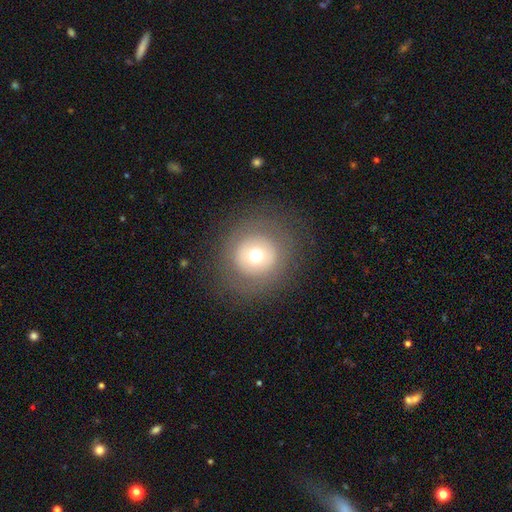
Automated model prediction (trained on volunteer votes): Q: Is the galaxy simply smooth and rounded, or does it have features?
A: smooth — 57%.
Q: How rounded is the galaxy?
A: round — 92%.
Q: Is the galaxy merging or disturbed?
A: none — 84%.